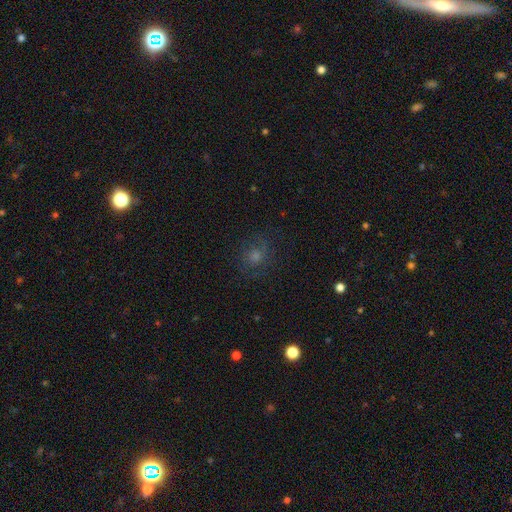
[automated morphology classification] This appears to be a smooth galaxy with no disk features (43%). Merging: none (75%).